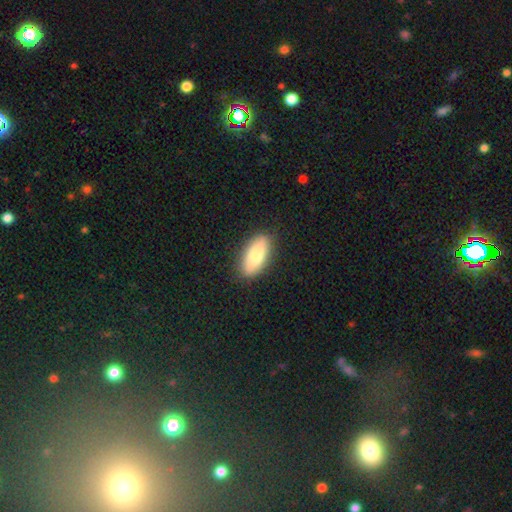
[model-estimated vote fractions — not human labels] smooth 81%, featured or disk 13%, star or artifact 6%. Down the decision tree: how rounded — in between (87%); merging — none (87%).